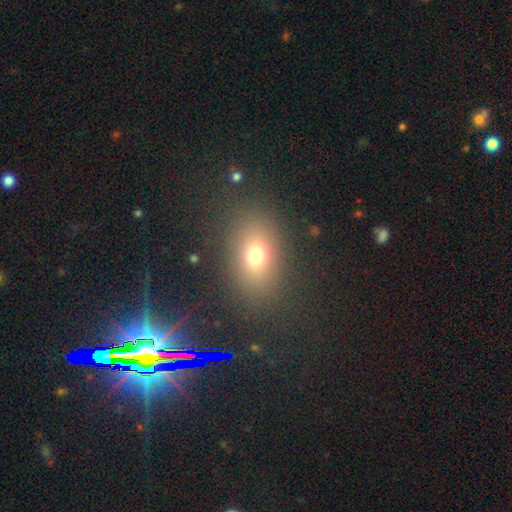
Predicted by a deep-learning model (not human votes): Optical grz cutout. It shows a smooth galaxy with no disk features (71%) that is in between round and cigar-shaped (69%). Merging: none (82%).